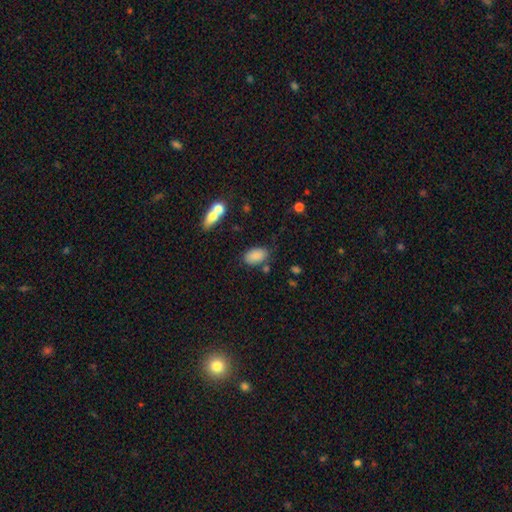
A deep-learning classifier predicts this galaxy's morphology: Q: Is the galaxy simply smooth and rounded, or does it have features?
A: smooth — 85%.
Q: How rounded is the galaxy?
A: in between — 92%.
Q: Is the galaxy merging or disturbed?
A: none — 73%.